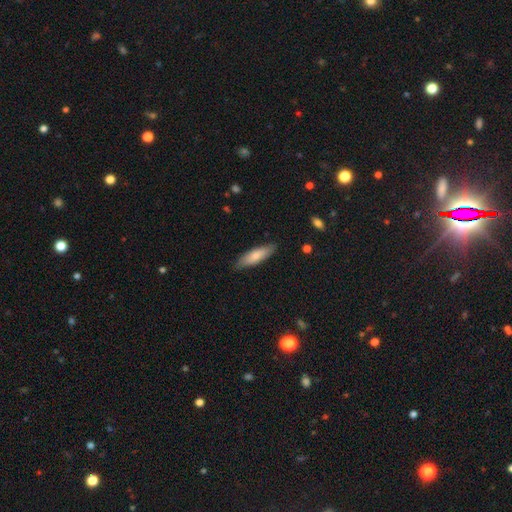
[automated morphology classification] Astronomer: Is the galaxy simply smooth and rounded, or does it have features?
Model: smooth — 75%.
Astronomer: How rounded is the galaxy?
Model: cigar-shaped — 54% (runner-up: in between, 45%).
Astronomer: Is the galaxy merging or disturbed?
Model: none — 83%.